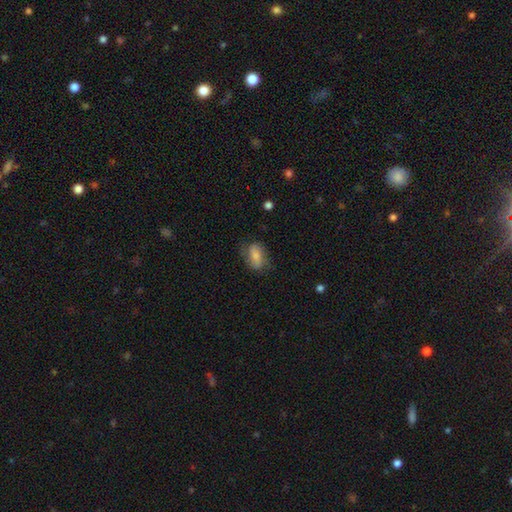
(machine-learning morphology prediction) Q: Smooth or featured?
A: smooth (69%); runner-up: featured or disk (24%)
Q: How rounded?
A: in between (86%); runner-up: round (10%)
Q: Merging?
A: none (65%); runner-up: minor disturbance (24%)